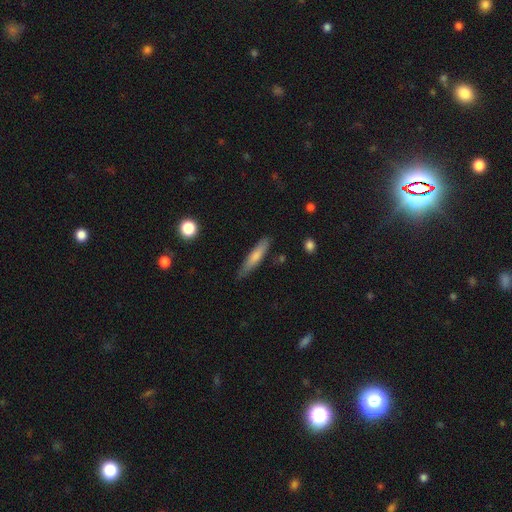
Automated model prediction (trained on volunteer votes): Smooth or featured?
  - smooth: 71% *
  - featured or disk: 23%
  - star or artifact: 6%
How rounded?
  - cigar-shaped: 84% *
  - in between: 14%
  - round: 1%
Merging?
  - none: 77% *
  - minor disturbance: 18%
  - major disturbance: 3%
  - merger: 2%